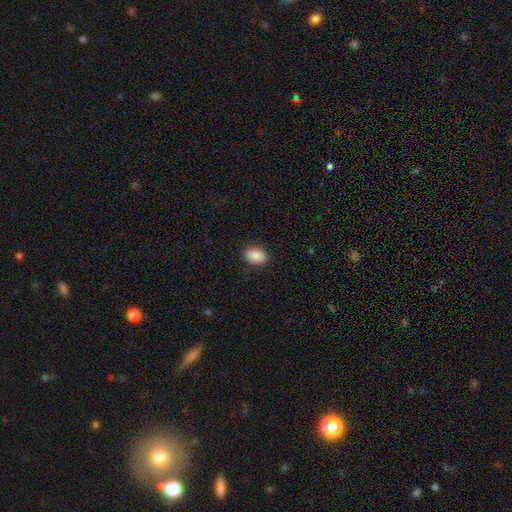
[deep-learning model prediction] Q: Smooth or featured?
A: smooth (90%); runner-up: star or artifact (7%)
Q: How rounded?
A: in between (81%); runner-up: round (18%)
Q: Merging?
A: none (88%); runner-up: minor disturbance (8%)